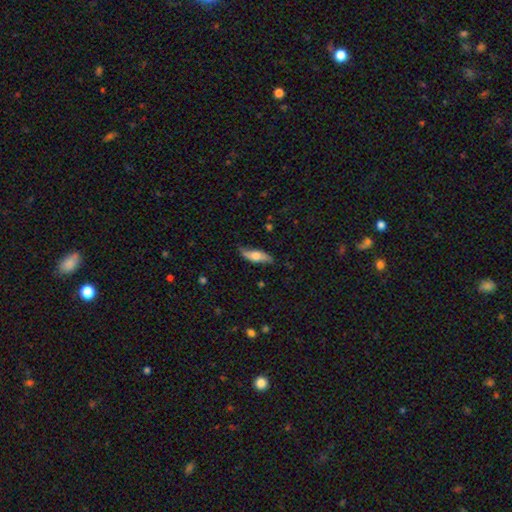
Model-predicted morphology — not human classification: This is possibly a smooth galaxy (56%). How rounded: possibly in between (54%). Merging: likely none (73%).